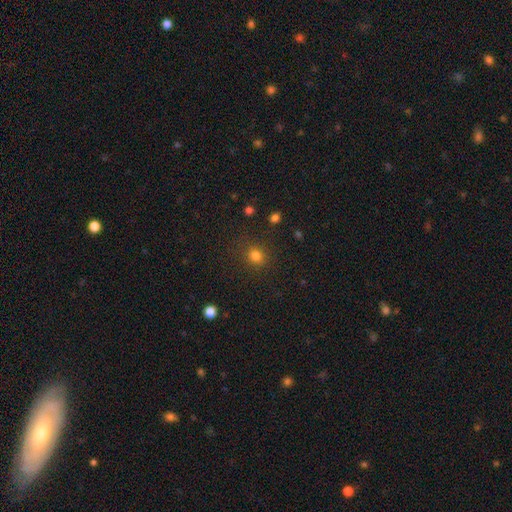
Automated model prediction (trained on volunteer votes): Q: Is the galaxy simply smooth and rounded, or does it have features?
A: smooth — 80%.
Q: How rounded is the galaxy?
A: round — 82%.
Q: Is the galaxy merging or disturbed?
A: none — 86%.